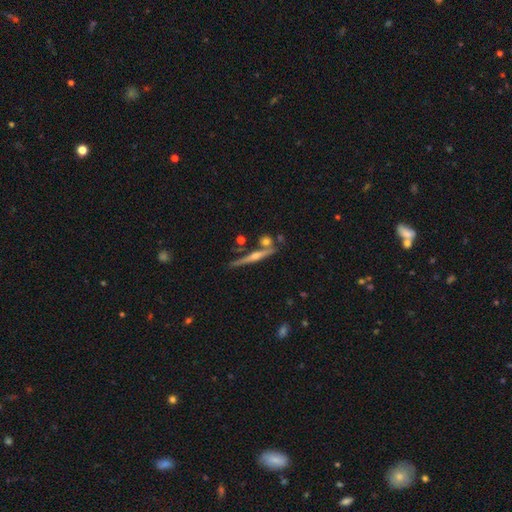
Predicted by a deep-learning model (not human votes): The model was most divided on "smooth or featured": featured or disk: 78%, smooth: 15%, star or artifact: 8%. More confident: edge-on disk — yes (97%); edge-on bulge — rounded (84%); merging — none (75%).